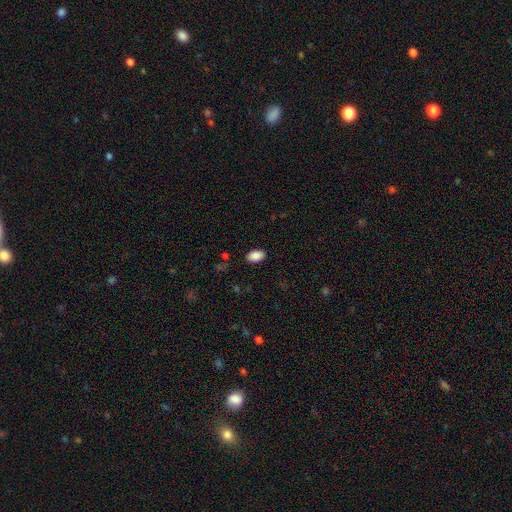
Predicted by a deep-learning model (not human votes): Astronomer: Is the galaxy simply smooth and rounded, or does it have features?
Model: smooth — 88%.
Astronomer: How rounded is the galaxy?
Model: in between — 92%.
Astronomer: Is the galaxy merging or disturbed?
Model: none — 88%.